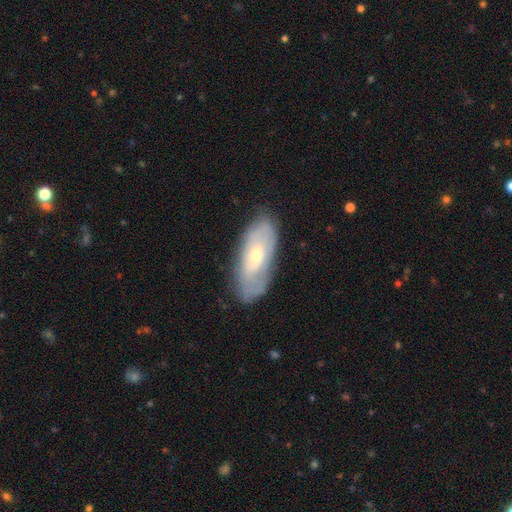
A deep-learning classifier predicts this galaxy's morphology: Q: Smooth or featured?
A: featured or disk (53%); runner-up: smooth (40%)
Q: Edge-on disk?
A: no (85%); runner-up: yes (15%)
Q: Merging?
A: none (74%); runner-up: minor disturbance (20%)